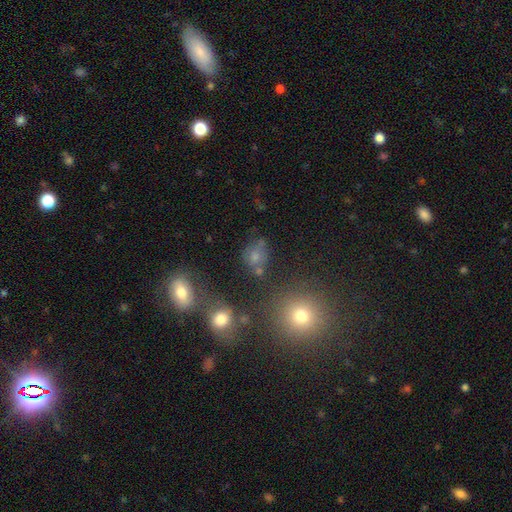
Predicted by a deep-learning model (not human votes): This is likely a smooth galaxy (61%). How rounded: likely round (61%). Merging: possibly none (57%).